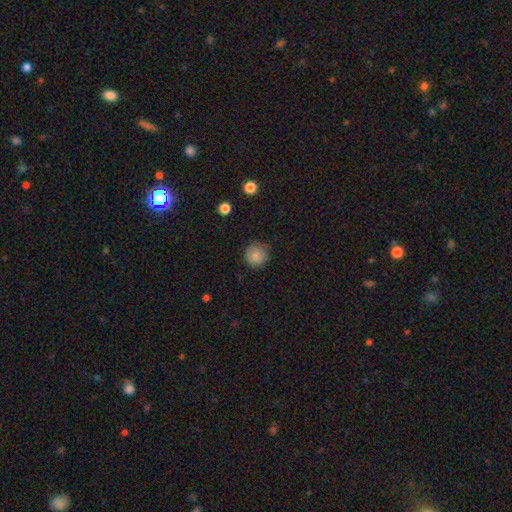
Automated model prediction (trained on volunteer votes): Morphology: type=smooth (84%); roundness=round (94%); merging=none (83%).